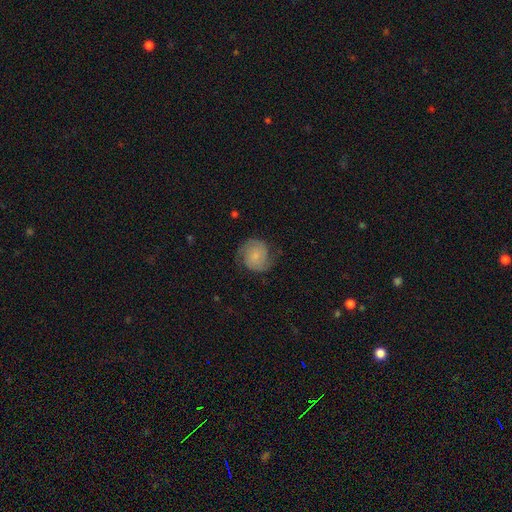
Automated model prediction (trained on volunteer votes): Morphology: type=featured or disk (70%); edge-on=no (98%); bar=no (71%); spiral arms=yes (95%); winding=tight (46%); arm count=2 (85%); bulge=small (57%); merging=none (75%).